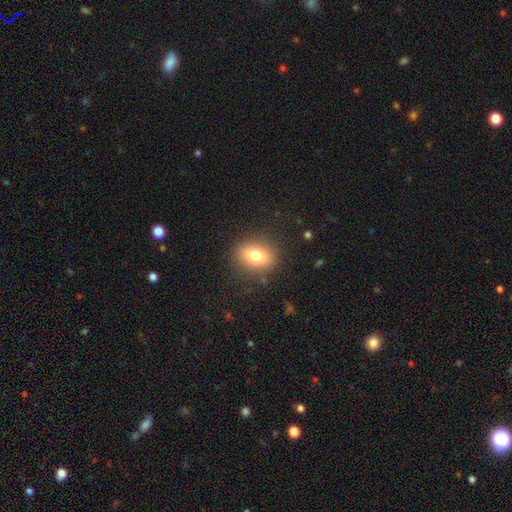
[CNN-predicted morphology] Smooth or featured?
  - smooth: 78% *
  - featured or disk: 12%
  - star or artifact: 10%
How rounded?
  - in between: 59% *
  - round: 40%
  - cigar-shaped: 1%
Merging?
  - none: 86% *
  - minor disturbance: 9%
  - major disturbance: 4%
  - merger: 1%